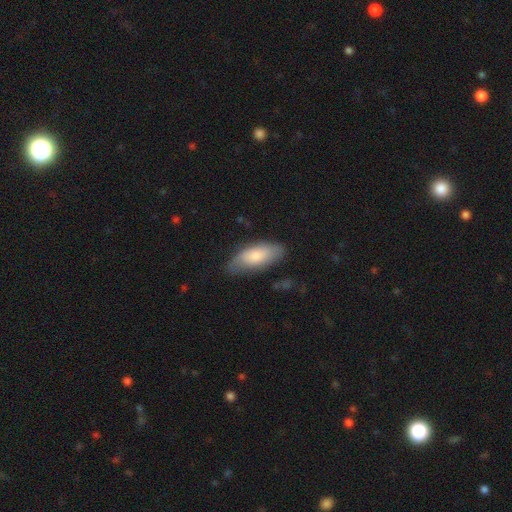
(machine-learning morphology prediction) The model was most divided on "merging": none: 73%, minor disturbance: 22%, major disturbance: 4%, merger: 2%. More confident: how rounded — in between (81%); smooth or featured — smooth (76%).